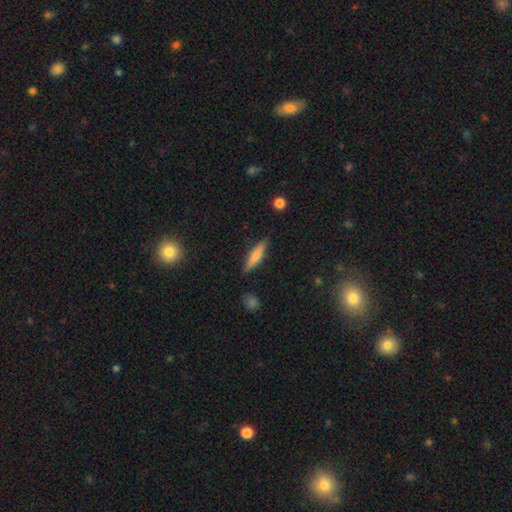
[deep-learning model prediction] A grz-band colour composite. It shows a smooth galaxy with no disk features (63%) that is cigar-shaped (79%). Merging: none (85%).